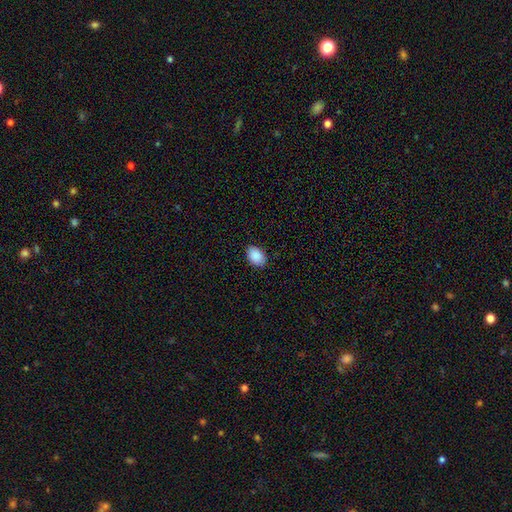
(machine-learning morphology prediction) Overall: smooth (91%). How rounded: in between (87%). Merging: none (88%).